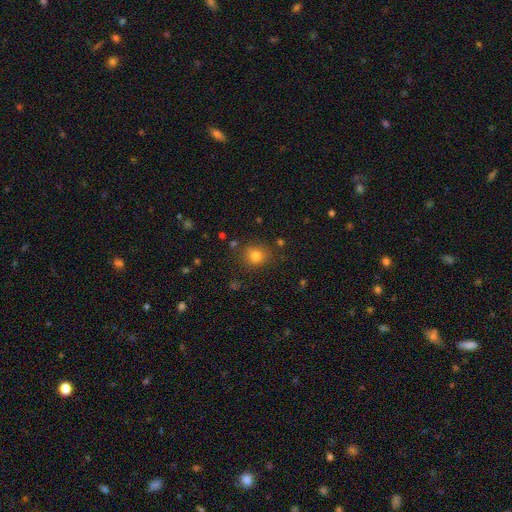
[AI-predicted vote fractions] A smooth galaxy with no disk features (78%) that is round (69%).

Vote fractions:
- Smooth or featured? smooth: 78% / star or artifact: 14% / featured or disk: 8%
- How rounded? round: 69% / in between: 30% / cigar-shaped: 1%
- Merging? none: 81% / minor disturbance: 13% / major disturbance: 4% / merger: 3%